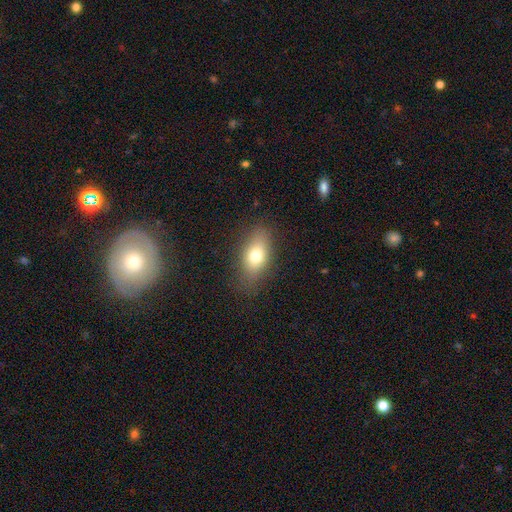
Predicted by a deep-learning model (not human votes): smooth 74%, featured or disk 16%, star or artifact 10%. Down the decision tree: how rounded — in between (83%); merging — none (81%).